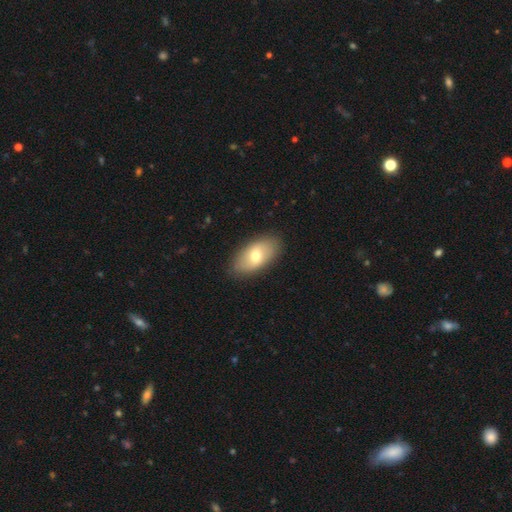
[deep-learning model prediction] smooth-or-featured: smooth: 66% | featured or disk: 27% | star or artifact: 6%
  how-rounded: in between: 93% | round: 4% | cigar-shaped: 3%
  merging: none: 86% | minor disturbance: 10% | major disturbance: 2% | merger: 1%